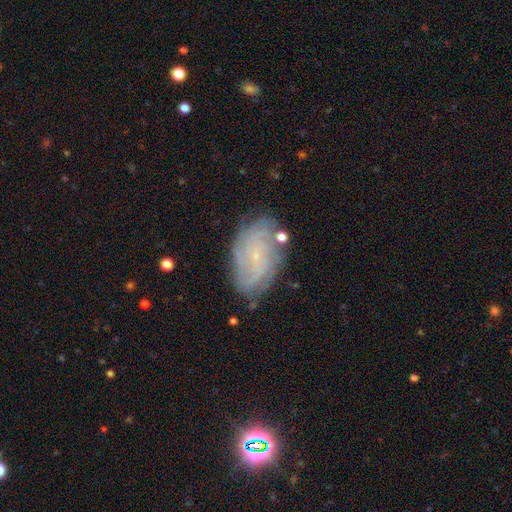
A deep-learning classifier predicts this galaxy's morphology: Q: Smooth or featured?
A: featured or disk (73%); runner-up: smooth (18%)
Q: Edge-on disk?
A: no (96%); runner-up: yes (4%)
Q: Bar?
A: no (67%); runner-up: weak (28%)
Q: Spiral arms?
A: yes (91%); runner-up: no (9%)
Q: Spiral winding?
A: tight (60%); runner-up: medium (29%)
Q: Spiral arm count?
A: can't tell (39%); runner-up: 4 (19%)
Q: Bulge size?
A: small (83%); runner-up: moderate (8%)
Q: Merging?
A: none (76%); runner-up: minor disturbance (16%)